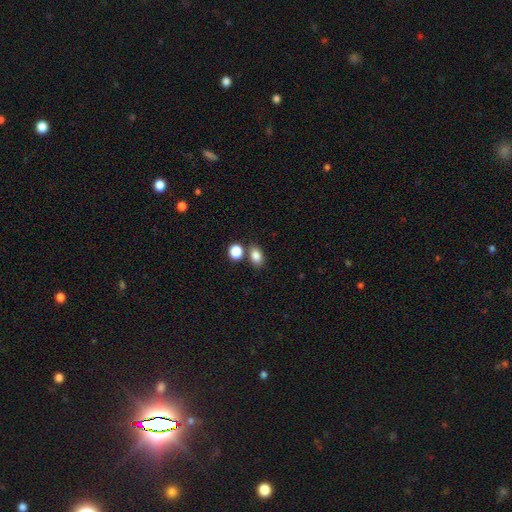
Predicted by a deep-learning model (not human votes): Smooth or featured?
  - smooth: 84% *
  - star or artifact: 10%
  - featured or disk: 5%
How rounded?
  - in between: 70% *
  - round: 28%
  - cigar-shaped: 1%
Merging?
  - none: 67% *
  - merger: 19%
  - minor disturbance: 11%
  - major disturbance: 3%